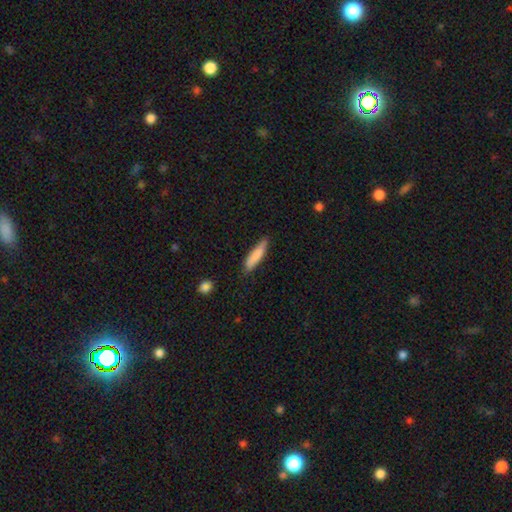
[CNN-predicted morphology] Overall: smooth (82%). How rounded: cigar-shaped (80%). Merging: none (78%).